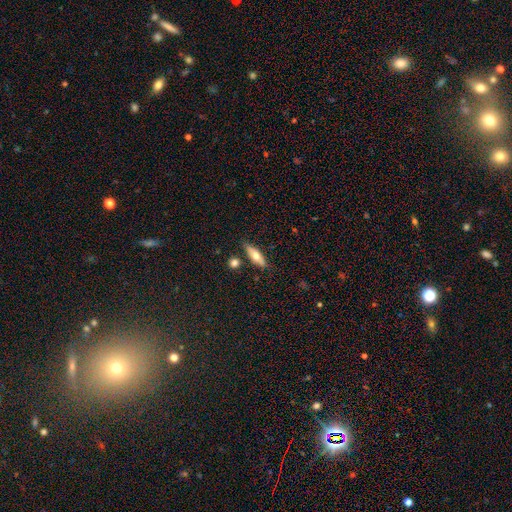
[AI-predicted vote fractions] smooth 59%, featured or disk 34%, star or artifact 7%. Down the decision tree: how rounded — in between (53%); merging — none (79%).